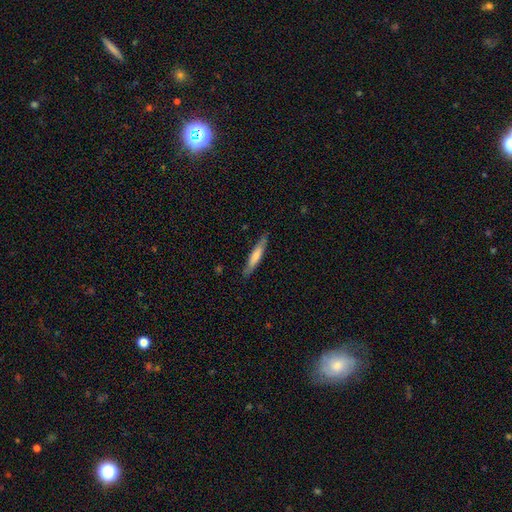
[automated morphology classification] This appears to be a smooth galaxy with no disk features (60%) that is cigar-shaped (90%). Merging: none (85%).